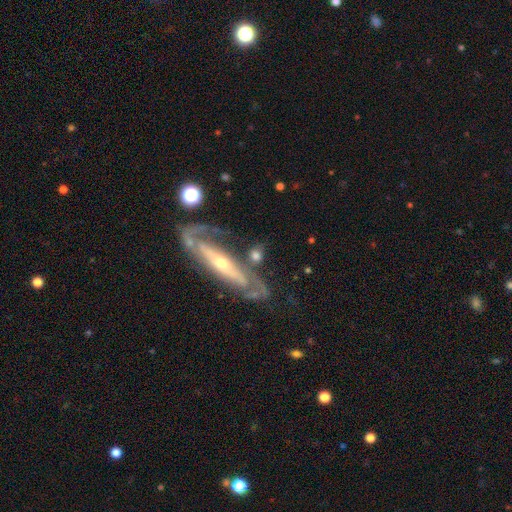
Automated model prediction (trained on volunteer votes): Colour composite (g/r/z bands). It shows a smooth galaxy with no disk features (47%). Merging: none (60%).